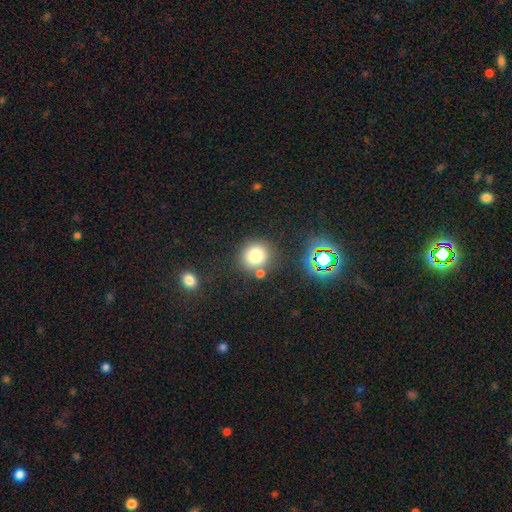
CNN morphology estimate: Q: Smooth or featured?
A: smooth (77%); runner-up: star or artifact (14%)
Q: How rounded?
A: round (89%); runner-up: in between (10%)
Q: Merging?
A: none (76%); runner-up: merger (11%)